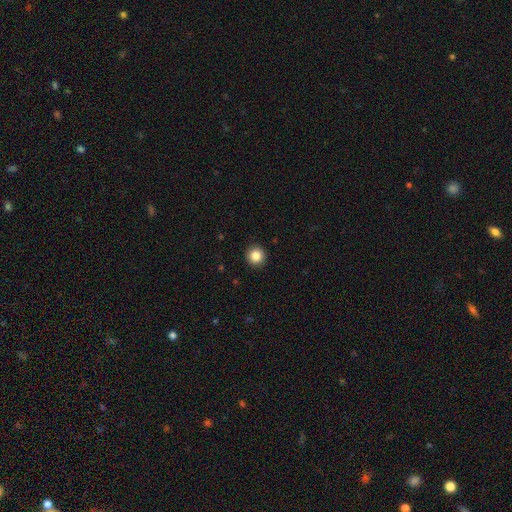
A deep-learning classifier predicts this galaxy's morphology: The model was most divided on "smooth or featured": smooth: 85%, star or artifact: 10%, featured or disk: 5%. More confident: how rounded — round (95%); merging — none (93%).